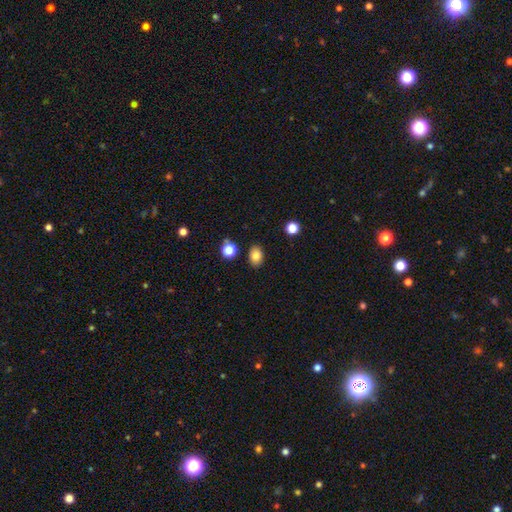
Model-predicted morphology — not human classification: A smooth galaxy with no disk features (83%) that is in between round and cigar-shaped (73%). Merging: none (86%).